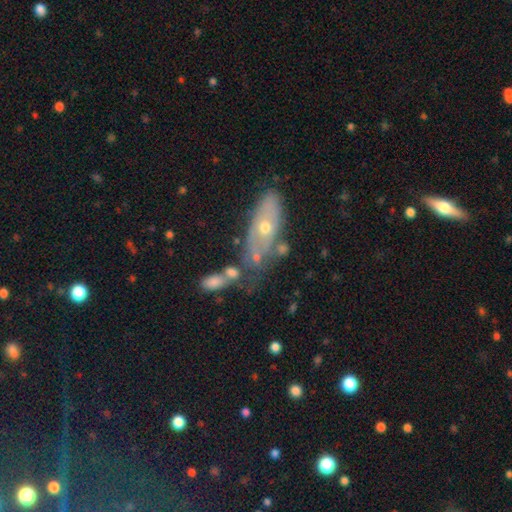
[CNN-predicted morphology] A featured or disk galaxy (45%, tied with smooth).

Vote fractions:
- Smooth or featured? featured or disk: 45% (tied) / smooth: 45% (tied) / star or artifact: 10%
- Merging? none: 44% / merger: 24% / minor disturbance: 20% / major disturbance: 12%